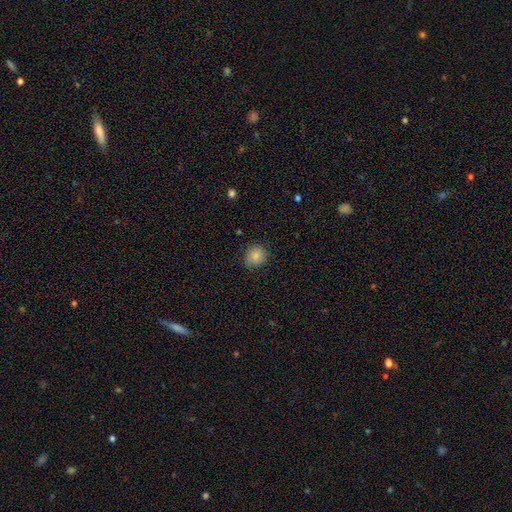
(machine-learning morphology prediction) A smooth galaxy with no disk features (85%) that is round (84%).

Vote fractions:
- Smooth or featured? smooth: 85% / star or artifact: 10% / featured or disk: 5%
- How rounded? round: 84% / in between: 15% / cigar-shaped: 1%
- Merging? none: 79% / minor disturbance: 17% / major disturbance: 3% / merger: 1%